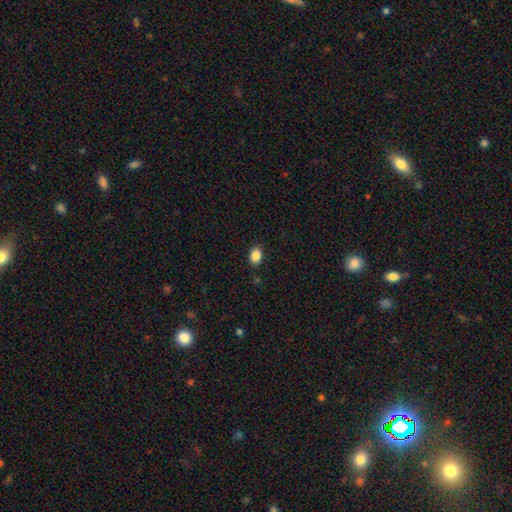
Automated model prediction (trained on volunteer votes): smooth-or-featured: smooth: 88% | star or artifact: 9% | featured or disk: 4%
  how-rounded: in between: 78% | round: 20% | cigar-shaped: 1%
  merging: none: 87% | minor disturbance: 9% | major disturbance: 2% | merger: 1%